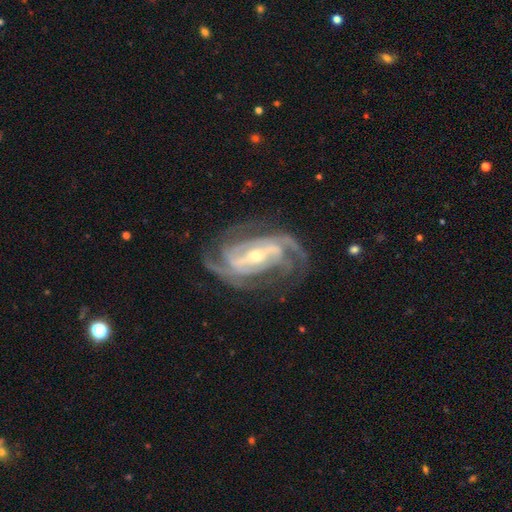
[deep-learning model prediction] Q: Smooth or featured?
A: featured or disk (92%); runner-up: star or artifact (5%)
Q: Edge-on disk?
A: no (96%); runner-up: yes (4%)
Q: Bar?
A: strong (60%); runner-up: weak (28%)
Q: Spiral arms?
A: yes (98%); runner-up: no (2%)
Q: Spiral winding?
A: medium (46%); runner-up: tight (42%)
Q: Spiral arm count?
A: 3 (34%); runner-up: 2 (24%)
Q: Bulge size?
A: small (56%); runner-up: moderate (41%)
Q: Merging?
A: none (69%); runner-up: minor disturbance (17%)